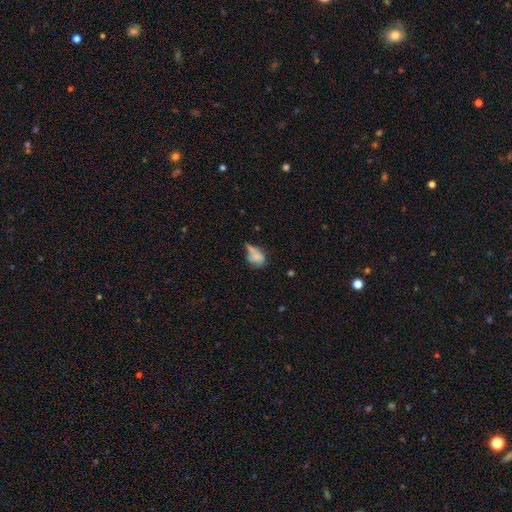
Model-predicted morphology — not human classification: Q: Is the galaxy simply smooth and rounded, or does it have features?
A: smooth — 66%.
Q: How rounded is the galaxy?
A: in between — 65%.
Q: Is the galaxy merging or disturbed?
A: none — 30%.